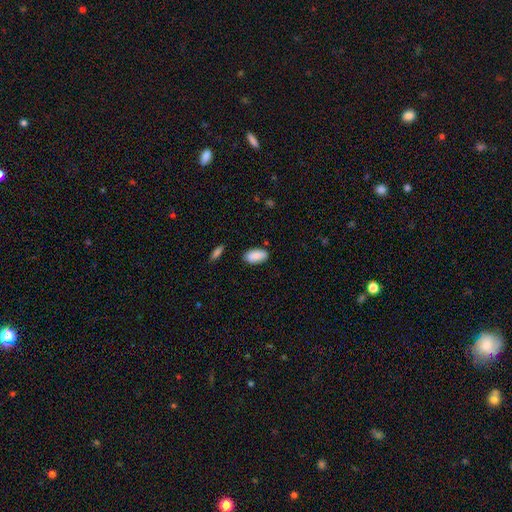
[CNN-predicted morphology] The model was most divided on "merging": none: 83%, minor disturbance: 12%, major disturbance: 2%, merger: 2%. More confident: how rounded — in between (94%); smooth or featured — smooth (89%).